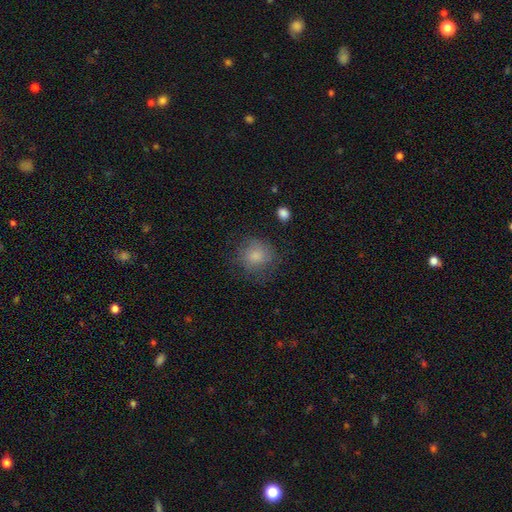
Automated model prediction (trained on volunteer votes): Smooth or featured? smooth (78%)
How rounded? round (83%)
Merging? none (67%)